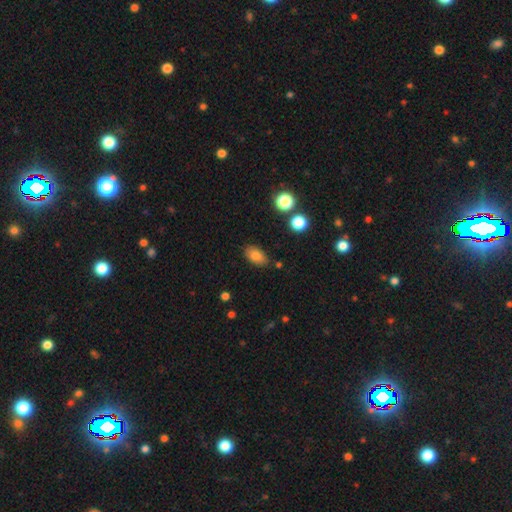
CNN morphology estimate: This appears to be a smooth galaxy with no disk features (81%) that is in between round and cigar-shaped (89%). Merging: none (81%).